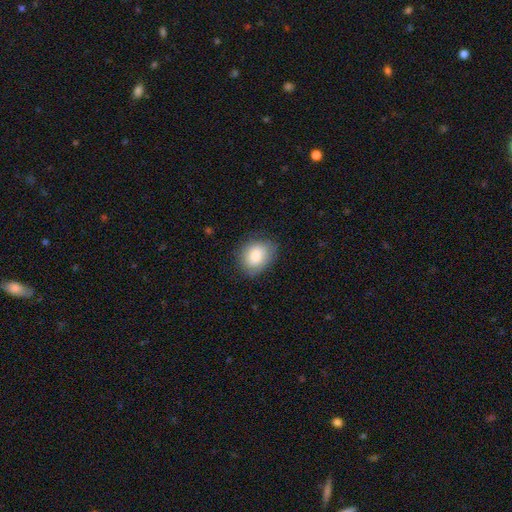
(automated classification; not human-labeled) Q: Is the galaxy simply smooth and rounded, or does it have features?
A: smooth — 82%.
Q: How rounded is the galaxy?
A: in between — 60%.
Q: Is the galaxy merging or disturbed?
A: none — 79%.